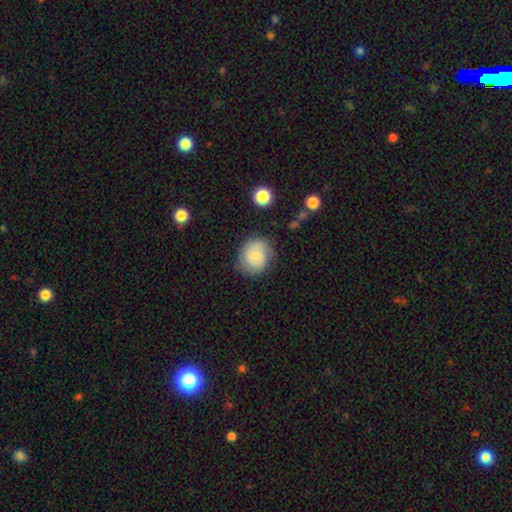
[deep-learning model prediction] This appears to be a smooth galaxy with no disk features (54%) that is round (71%). Merging: none (70%).